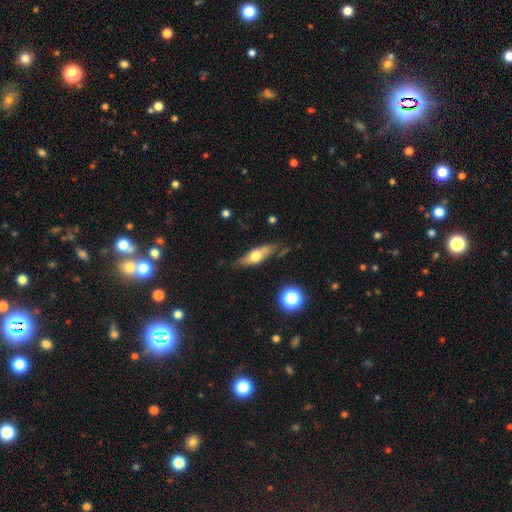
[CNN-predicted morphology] smooth 48%, featured or disk 45%, star or artifact 7%. Down the decision tree: merging — none (74%).